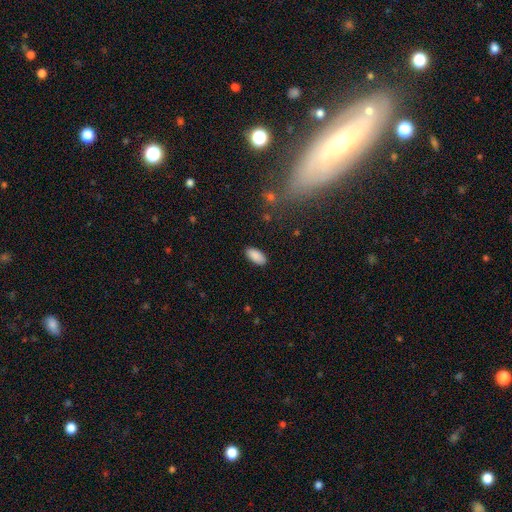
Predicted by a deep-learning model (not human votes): A smooth galaxy with no disk features (89%) that is in between round and cigar-shaped (92%). Merging: none (88%).